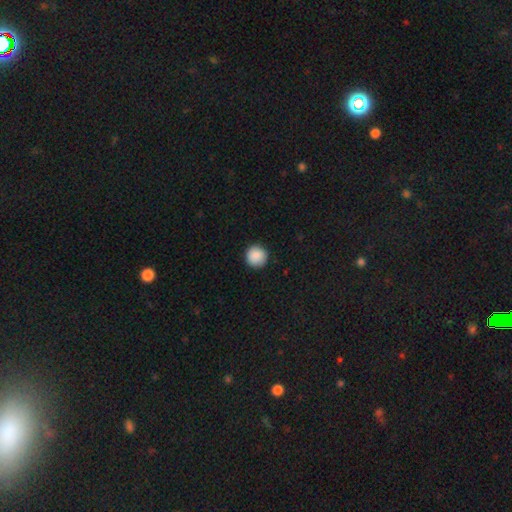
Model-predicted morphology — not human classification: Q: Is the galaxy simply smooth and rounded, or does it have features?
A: smooth — 90%.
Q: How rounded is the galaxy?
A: round — 96%.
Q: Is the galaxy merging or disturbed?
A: none — 92%.